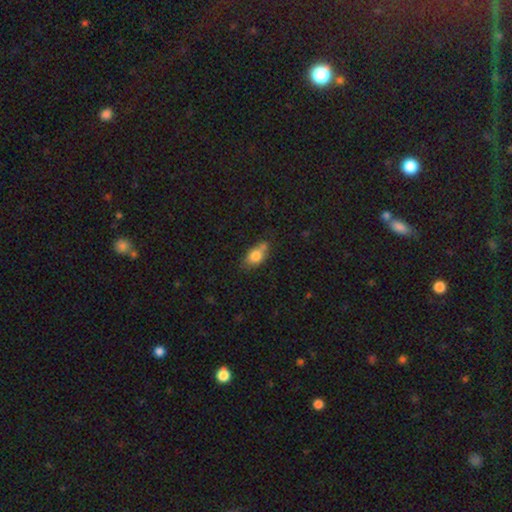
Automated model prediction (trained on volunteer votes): This appears to be a smooth galaxy with no disk features (78%) that is in between round and cigar-shaped (82%). Merging: none (54%).